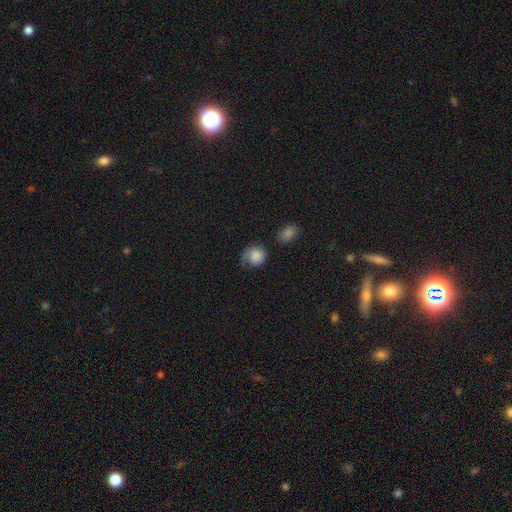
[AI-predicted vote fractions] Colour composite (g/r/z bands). It shows a smooth galaxy with no disk features (79%) that is round (77%). Merging: none (44%).